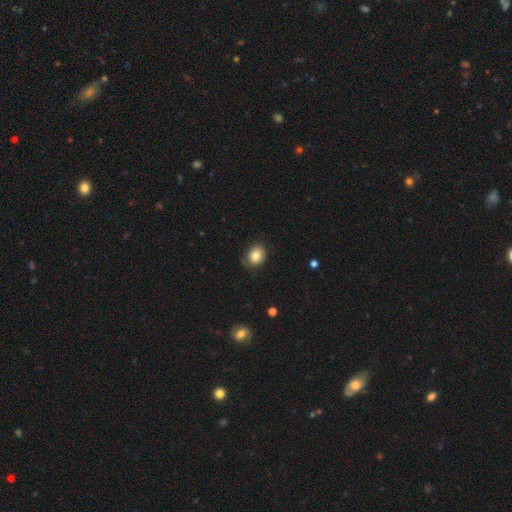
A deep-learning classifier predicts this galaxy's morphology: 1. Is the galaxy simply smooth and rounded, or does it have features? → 82% smooth, 9% star or artifact, 9% featured or disk.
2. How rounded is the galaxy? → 60% round, 39% in between, 1% cigar-shaped.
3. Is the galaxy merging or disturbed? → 79% none, 17% minor disturbance, 4% major disturbance, 1% merger.